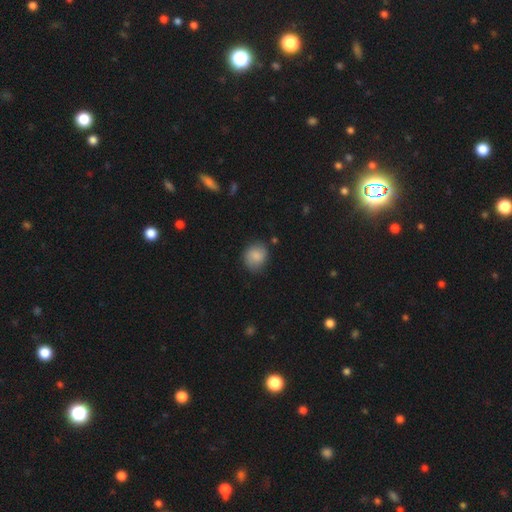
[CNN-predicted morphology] The model was most divided on "how rounded": round: 73%, in between: 26%, cigar-shaped: 1%. More confident: smooth or featured — smooth (81%); merging — none (75%).